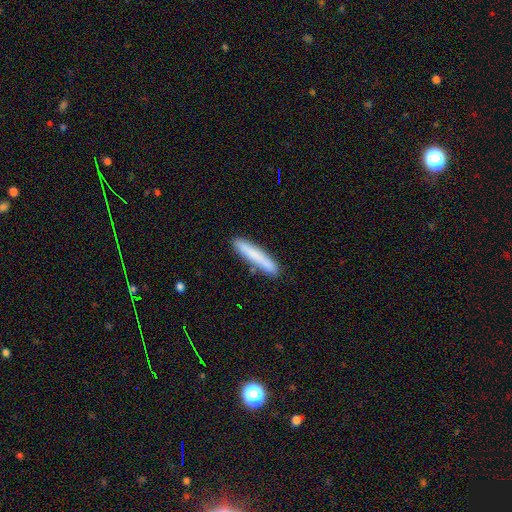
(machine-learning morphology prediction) A smooth galaxy with no disk features (78%) that is cigar-shaped (94%).

Vote fractions:
- Smooth or featured? smooth: 78% / featured or disk: 15% / star or artifact: 7%
- How rounded? cigar-shaped: 94% / in between: 5% / round: 1%
- Merging? none: 85% / minor disturbance: 10% / merger: 3% / major disturbance: 2%